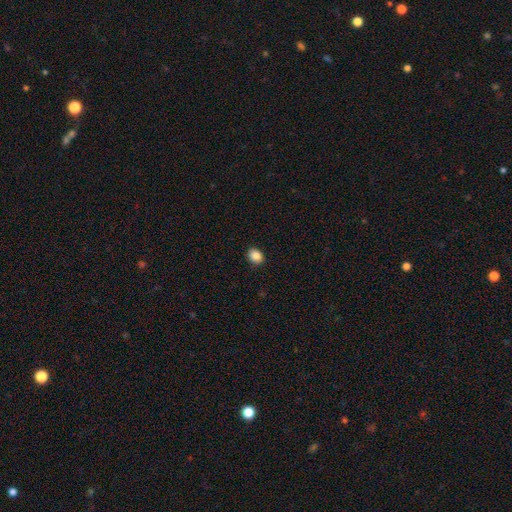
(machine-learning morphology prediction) Smooth or featured? smooth (88%)
How rounded? in between (51%)
Merging? none (90%)